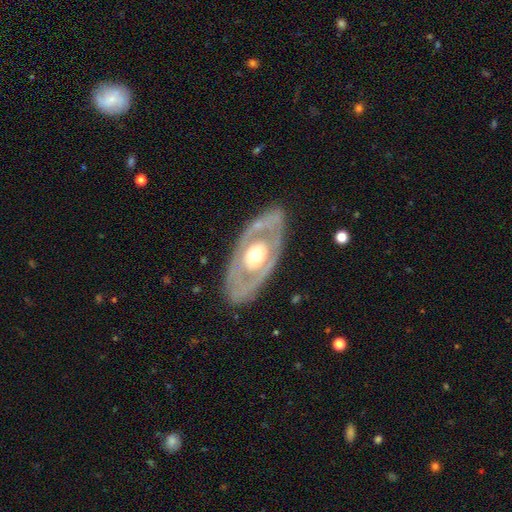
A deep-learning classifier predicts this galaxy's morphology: type=featured or disk (72%); edge-on=no (87%); bar=no (87%); spiral arms=no (75%); bulge=moderate (64%); merging=none (80%).